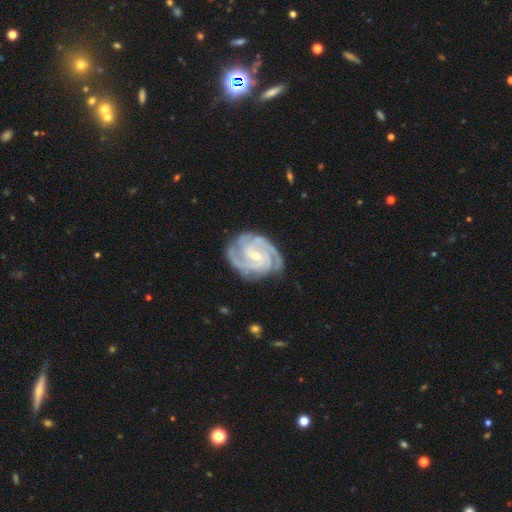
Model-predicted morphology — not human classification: featured or disk 92%, star or artifact 4%, smooth 4%. Down the decision tree: edge-on disk — no (98%); bar — weak (49%); spiral arms — yes (99%); spiral arm count — 3 (43%); spiral winding — tight (66%); bulge size — small (65%); merging — none (78%).